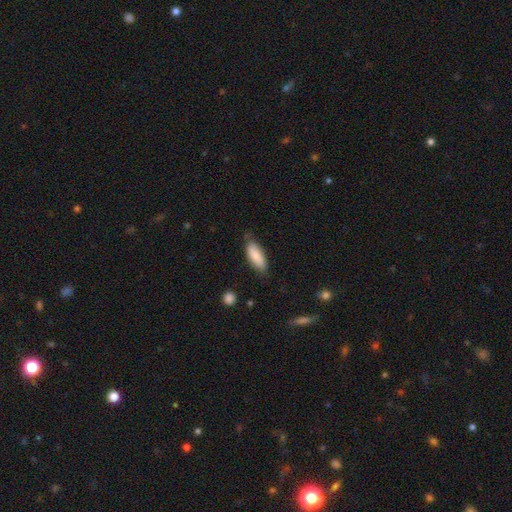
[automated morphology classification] A smooth galaxy with no disk features (84%) that is in between round and cigar-shaped (70%). Merging: none (74%).